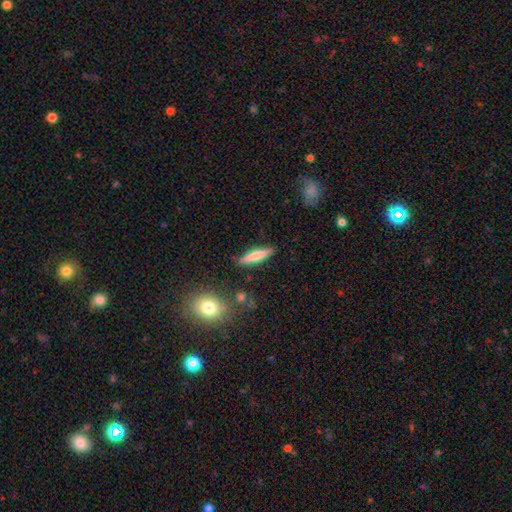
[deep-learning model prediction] Smooth or featured? smooth (70%)
How rounded? cigar-shaped (82%)
Merging? none (85%)